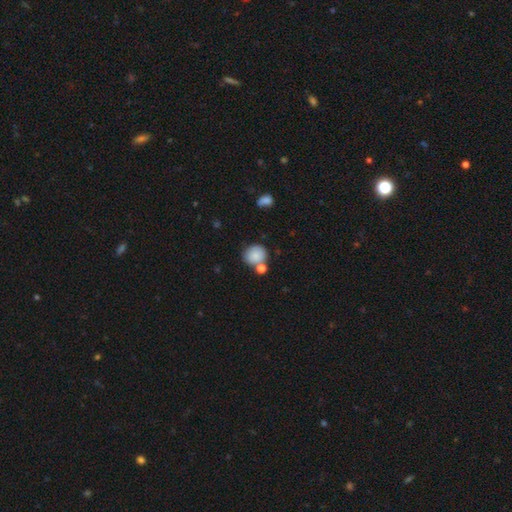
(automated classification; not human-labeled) Smooth or featured: smooth — 84% (star or artifact — 8%)
How rounded: round — 83% (in between — 16%)
Merging: none — 62% (merger — 21%)